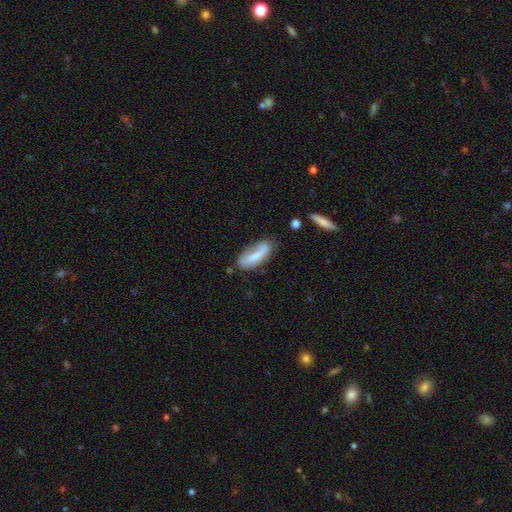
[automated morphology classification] This appears to be a smooth galaxy with no disk features (63%) that is in between round and cigar-shaped (61%). Merging: none (52%).